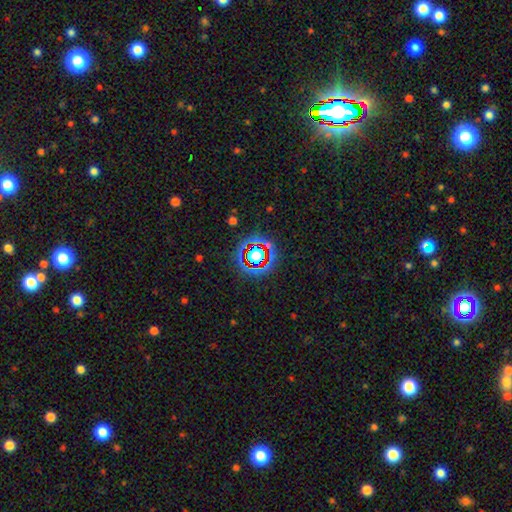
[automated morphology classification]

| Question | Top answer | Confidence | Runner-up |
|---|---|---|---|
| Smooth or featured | star or artifact | 63% | smooth (24%) |